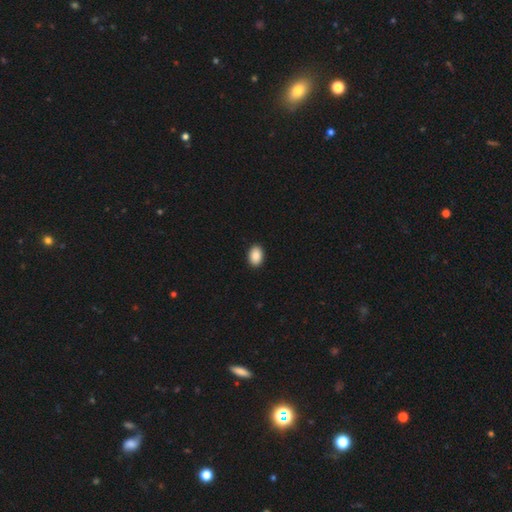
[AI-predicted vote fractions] Q: Smooth or featured?
A: smooth (90%); runner-up: star or artifact (7%)
Q: How rounded?
A: in between (83%); runner-up: round (16%)
Q: Merging?
A: none (92%); runner-up: minor disturbance (6%)